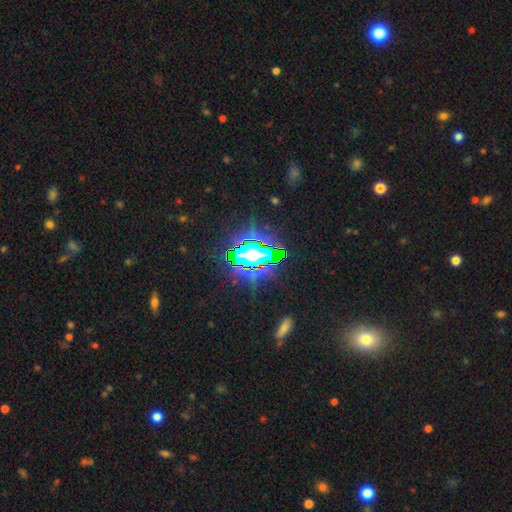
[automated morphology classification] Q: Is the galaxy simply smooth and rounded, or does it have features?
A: star or artifact — 80%.